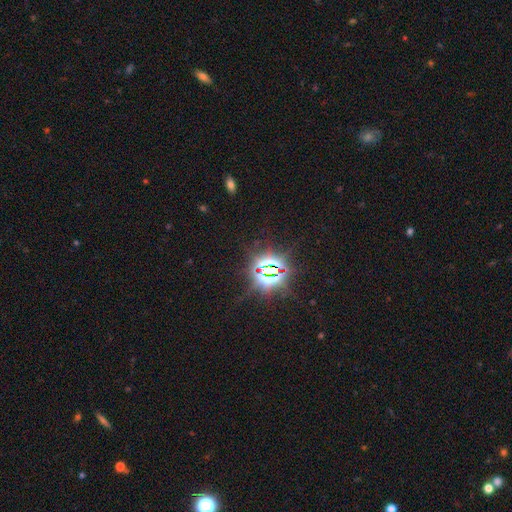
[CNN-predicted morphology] Overall: star or artifact (84%).